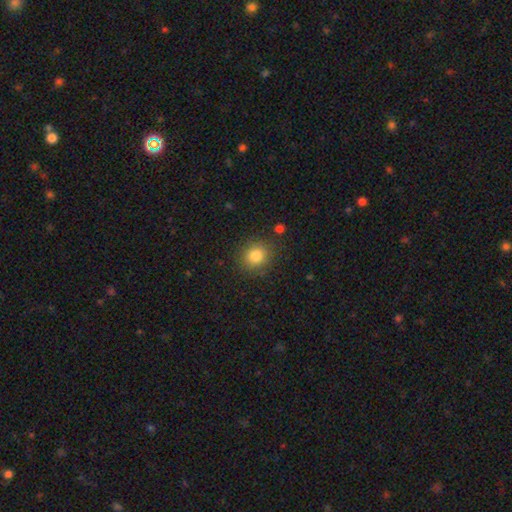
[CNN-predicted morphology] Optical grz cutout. It shows a smooth galaxy with no disk features (82%) that is round (82%). Merging: none (86%).